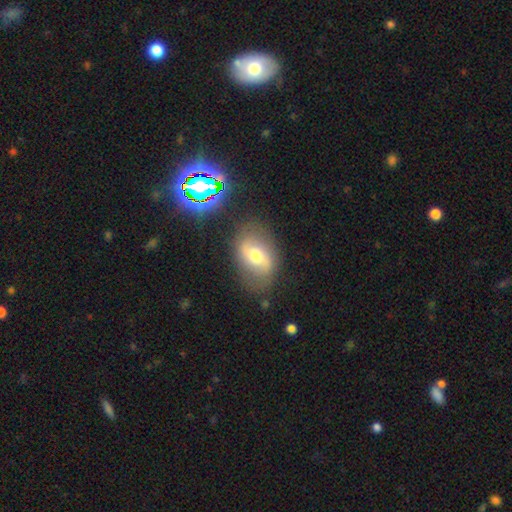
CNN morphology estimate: Smooth or featured? featured or disk (48%)
Merging? none (74%)